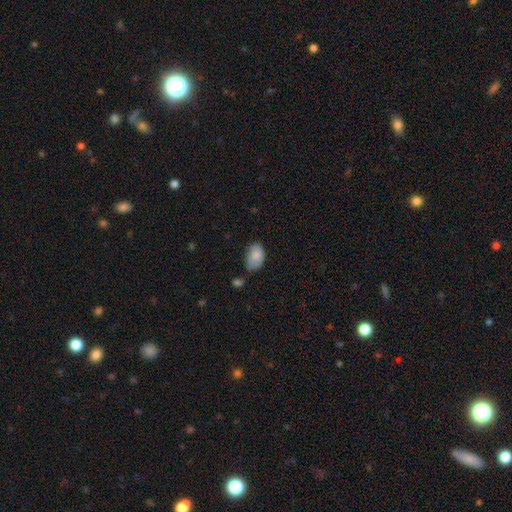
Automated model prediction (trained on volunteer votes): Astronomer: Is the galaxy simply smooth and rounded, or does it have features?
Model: smooth — 80%.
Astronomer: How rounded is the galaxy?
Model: in between — 89%.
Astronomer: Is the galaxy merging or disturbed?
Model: none — 50% (runner-up: minor disturbance, 35%).